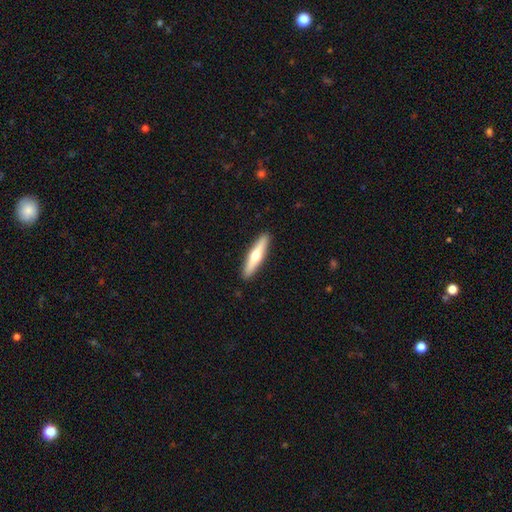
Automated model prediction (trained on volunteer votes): smooth_or_featured: featured or disk (p=0.49) [alt: smooth p=0.46]
merging: none (p=0.92) [alt: minor disturbance p=0.06]